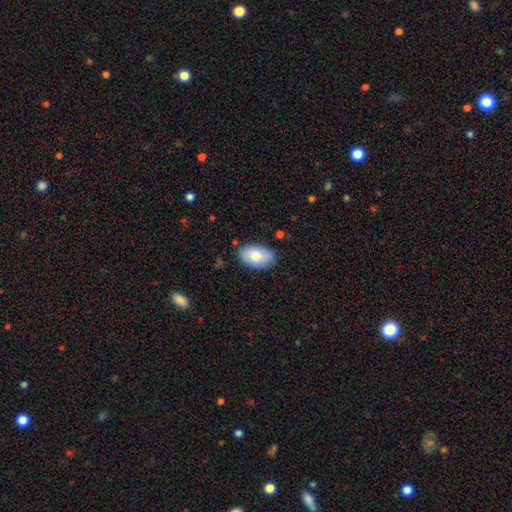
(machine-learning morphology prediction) Smooth or featured? smooth (83%)
How rounded? in between (94%)
Merging? none (83%)